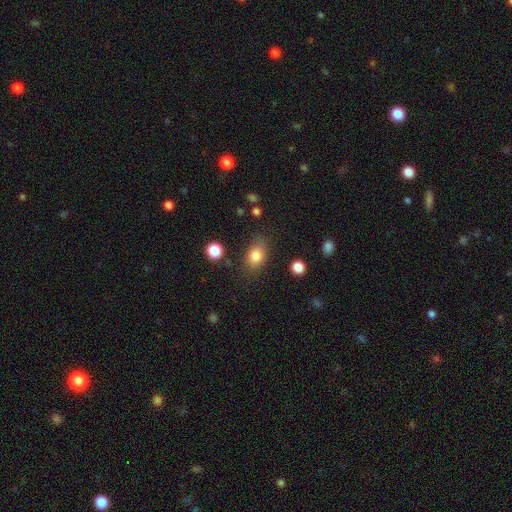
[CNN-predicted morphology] smooth 82%, star or artifact 9%, featured or disk 8%. Down the decision tree: how rounded — in between (75%); merging — none (77%).